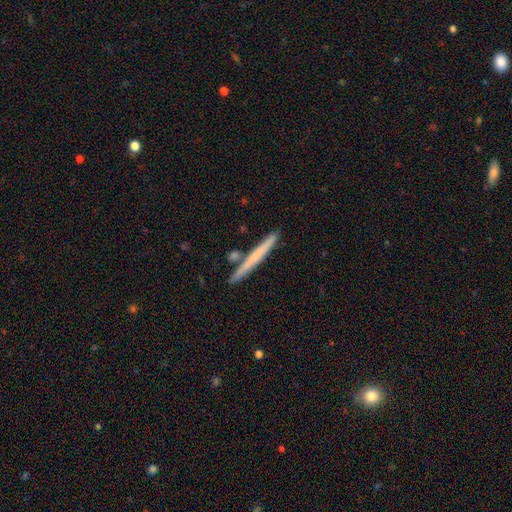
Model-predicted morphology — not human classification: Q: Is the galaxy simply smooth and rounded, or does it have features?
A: smooth — 54%.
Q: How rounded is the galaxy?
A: cigar-shaped — 97%.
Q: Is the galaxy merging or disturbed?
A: none — 85%.